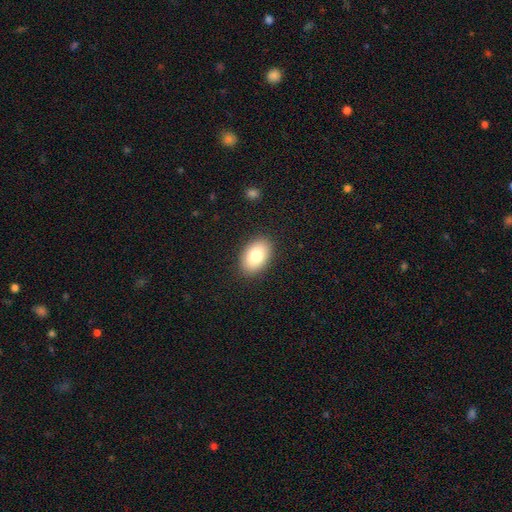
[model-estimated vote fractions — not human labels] Morphology: type=smooth (82%); roundness=in between (89%); merging=none (89%).